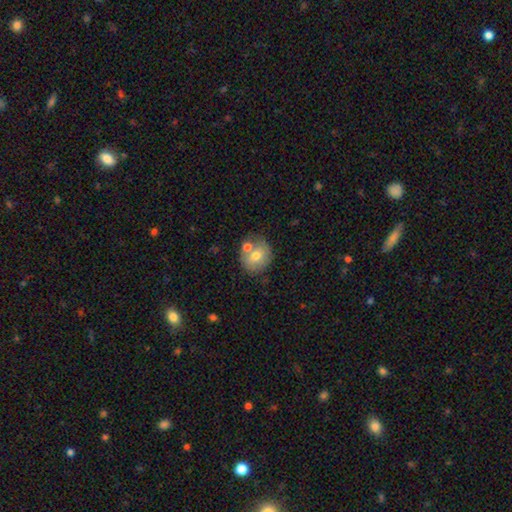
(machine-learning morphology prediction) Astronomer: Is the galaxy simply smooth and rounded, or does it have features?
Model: smooth — 67%.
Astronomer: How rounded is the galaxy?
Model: round — 77%.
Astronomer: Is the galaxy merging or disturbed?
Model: none — 59%.